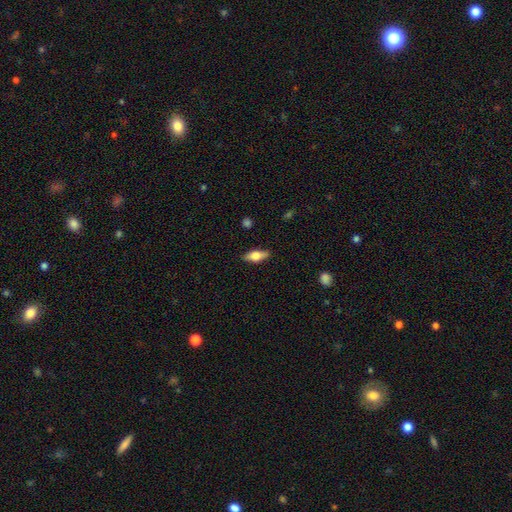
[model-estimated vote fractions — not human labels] This appears to be a smooth galaxy with no disk features (58%) that is in between round and cigar-shaped (72%). Merging: none (87%).